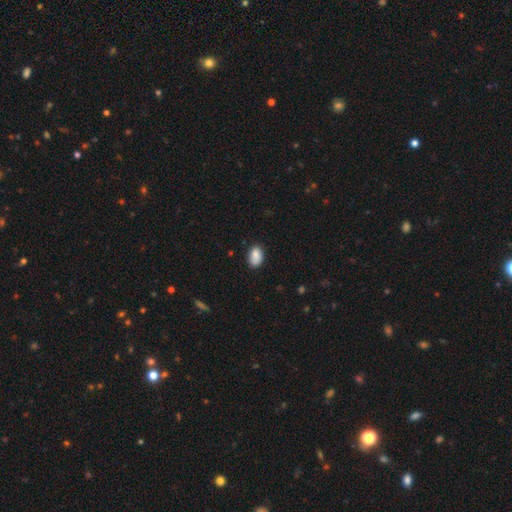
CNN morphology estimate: Smooth or featured? Predicted: smooth (p=0.81). How rounded? Predicted: in between (p=0.86). Merging? Predicted: none (p=0.71).